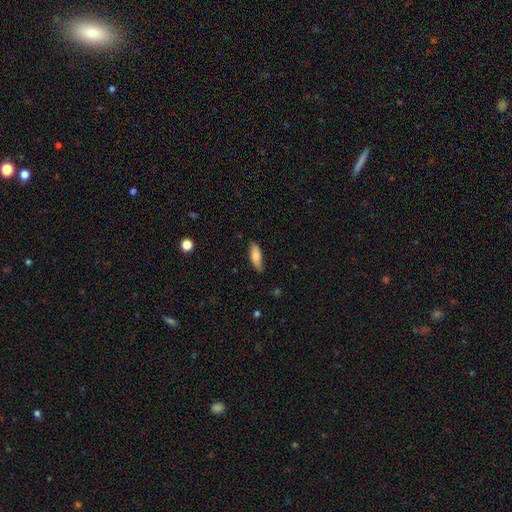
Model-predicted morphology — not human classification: smooth-or-featured: smooth: 81% | featured or disk: 13% | star or artifact: 6%
  how-rounded: in between: 61% | cigar-shaped: 37% | round: 2%
  merging: none: 81% | minor disturbance: 15% | major disturbance: 2% | merger: 1%